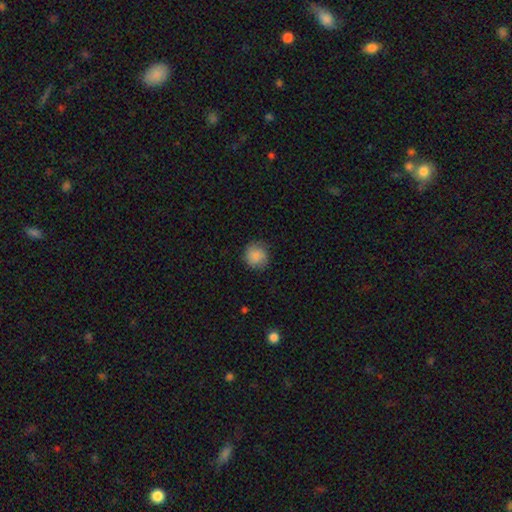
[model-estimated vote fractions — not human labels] smooth-or-featured: smooth: 84% | featured or disk: 8% | star or artifact: 8%
  how-rounded: round: 90% | in between: 9% | cigar-shaped: 1%
  merging: none: 81% | minor disturbance: 14% | major disturbance: 4% | merger: 1%